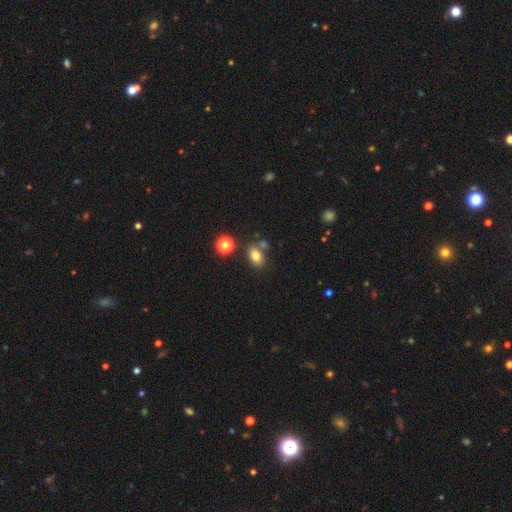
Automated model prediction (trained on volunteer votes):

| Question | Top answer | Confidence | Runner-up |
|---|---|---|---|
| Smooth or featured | smooth | 80% | star or artifact (12%) |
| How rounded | in between | 80% | round (18%) |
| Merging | none | 67% | merger (16%) |